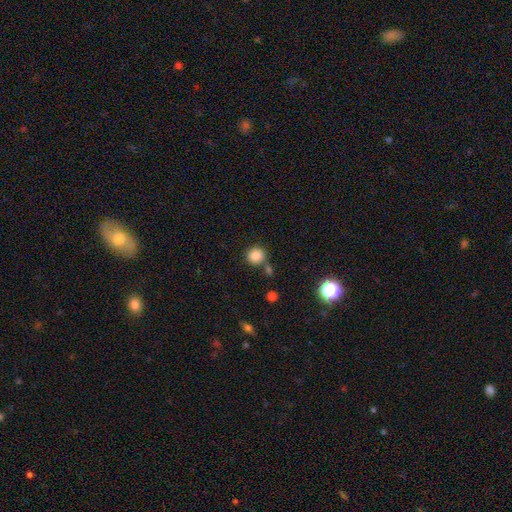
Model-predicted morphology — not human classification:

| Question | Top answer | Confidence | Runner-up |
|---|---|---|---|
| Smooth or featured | smooth | 86% | star or artifact (11%) |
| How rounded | round | 91% | in between (8%) |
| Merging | none | 71% | merger (14%) |